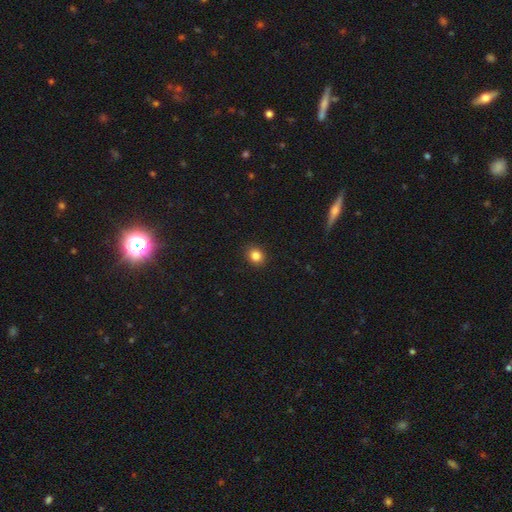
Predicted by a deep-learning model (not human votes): This appears to be a smooth galaxy with no disk features (85%) that is round (70%). Merging: none (90%).